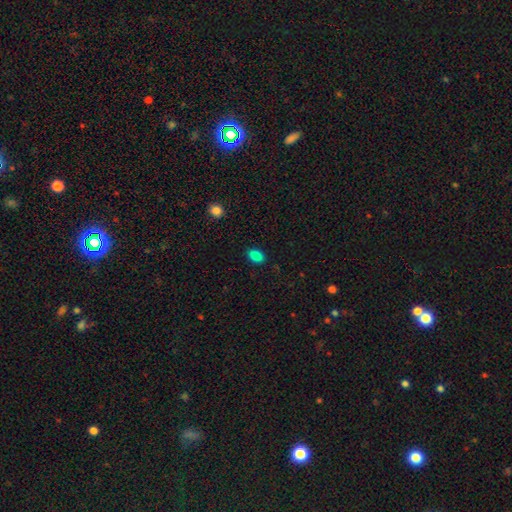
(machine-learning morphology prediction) smooth_or_featured: smooth (p=0.86) [alt: star or artifact p=0.11]
how_rounded: in between (p=0.87) [alt: round p=0.11]
merging: none (p=0.88) [alt: minor disturbance p=0.09]